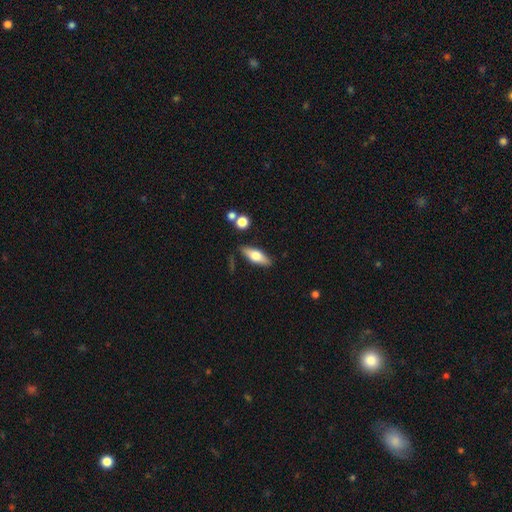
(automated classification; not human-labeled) smooth-or-featured: smooth: 54% | featured or disk: 39% | star or artifact: 7%
  how-rounded: in between: 60% | cigar-shaped: 37% | round: 3%
  merging: none: 82% | minor disturbance: 11% | merger: 4% | major disturbance: 3%